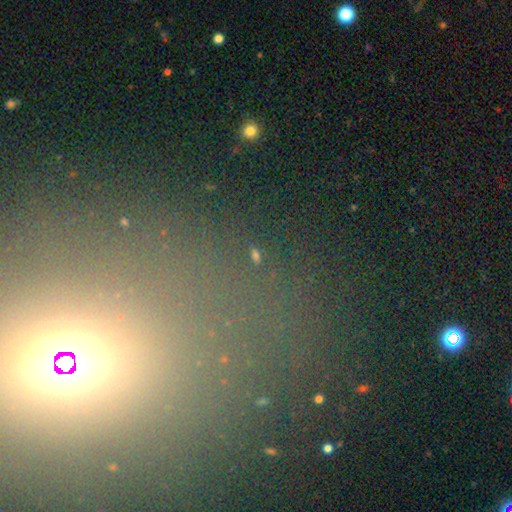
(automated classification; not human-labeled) This appears to be a star or artifact, not a galaxy (52%).